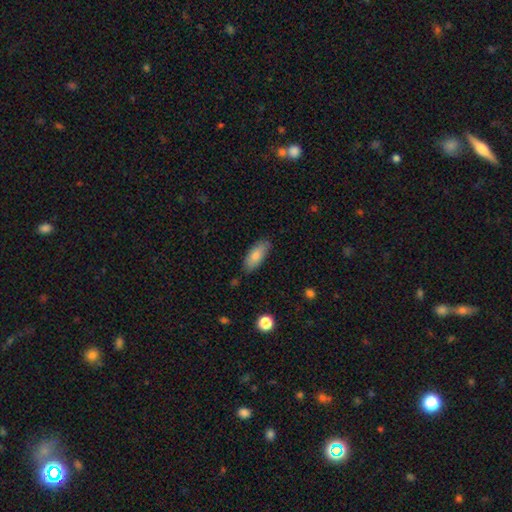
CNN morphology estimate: Overall: smooth (81%). How rounded: in between (82%). Merging: none (80%).